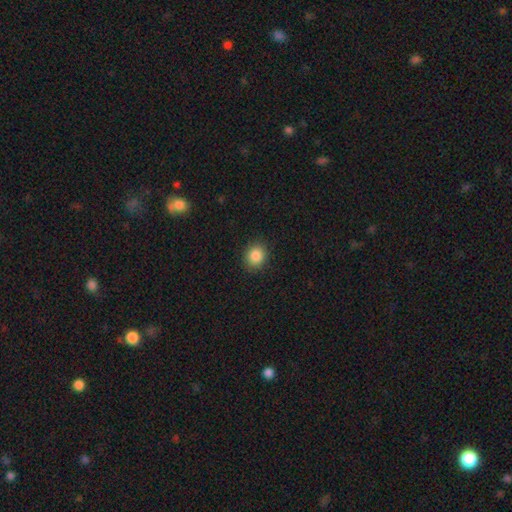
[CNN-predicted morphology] smooth_or_featured: smooth (p=0.86) [alt: star or artifact p=0.10]
how_rounded: round (p=0.75) [alt: in between p=0.24]
merging: none (p=0.90) [alt: minor disturbance p=0.07]